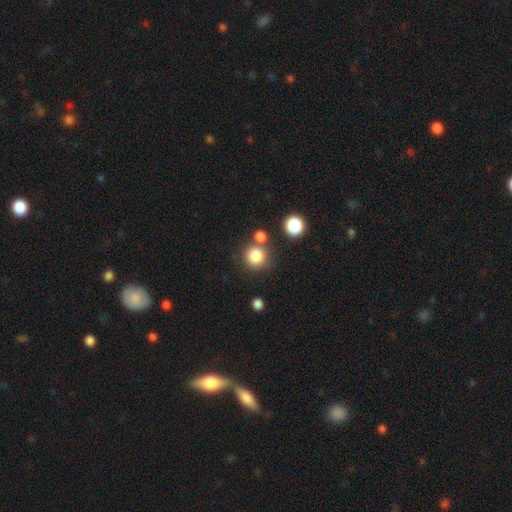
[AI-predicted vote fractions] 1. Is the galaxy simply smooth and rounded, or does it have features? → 83% smooth, 11% star or artifact, 6% featured or disk.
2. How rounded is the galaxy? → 91% round, 8% in between, 1% cigar-shaped.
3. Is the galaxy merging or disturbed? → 69% none, 18% merger, 9% minor disturbance, 4% major disturbance.